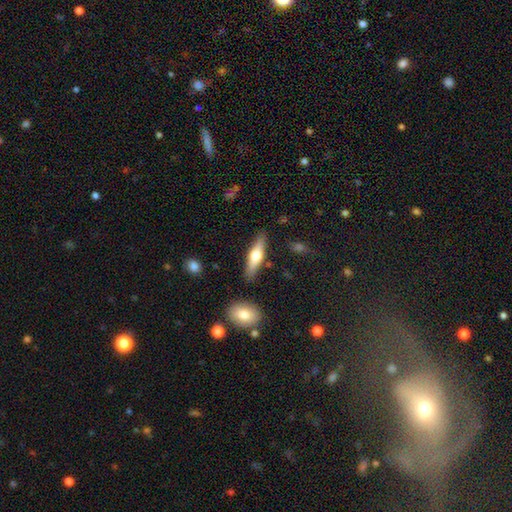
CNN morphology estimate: This appears to be a featured or disk galaxy (52%) viewed edge-on (94%). Merging: none (84%).